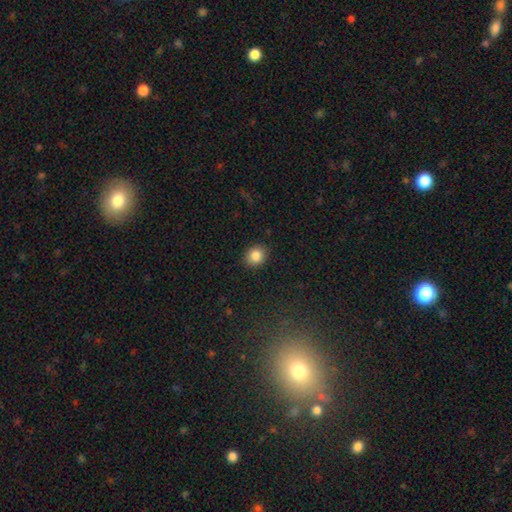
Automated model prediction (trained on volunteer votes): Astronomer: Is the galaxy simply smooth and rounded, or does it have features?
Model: smooth — 85%.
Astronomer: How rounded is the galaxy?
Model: round — 70%.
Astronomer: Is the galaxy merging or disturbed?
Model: none — 90%.